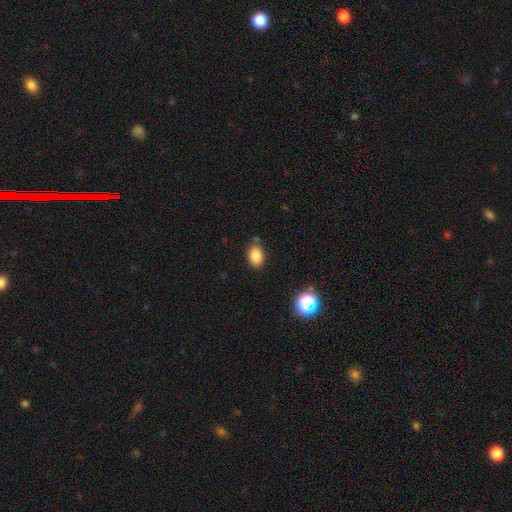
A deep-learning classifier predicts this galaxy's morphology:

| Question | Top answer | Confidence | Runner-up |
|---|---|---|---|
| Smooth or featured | smooth | 83% | star or artifact (10%) |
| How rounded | in between | 78% | round (21%) |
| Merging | none | 78% | minor disturbance (14%) |